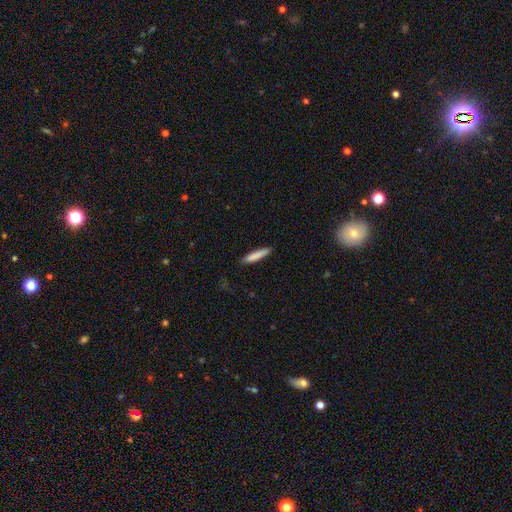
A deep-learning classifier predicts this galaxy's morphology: This appears to be a smooth galaxy with no disk features (83%) that is cigar-shaped (91%). Merging: none (88%).